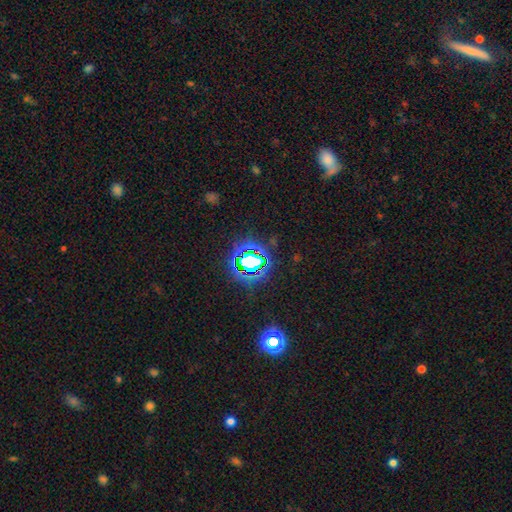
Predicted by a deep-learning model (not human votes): Overall: star or artifact (78%).